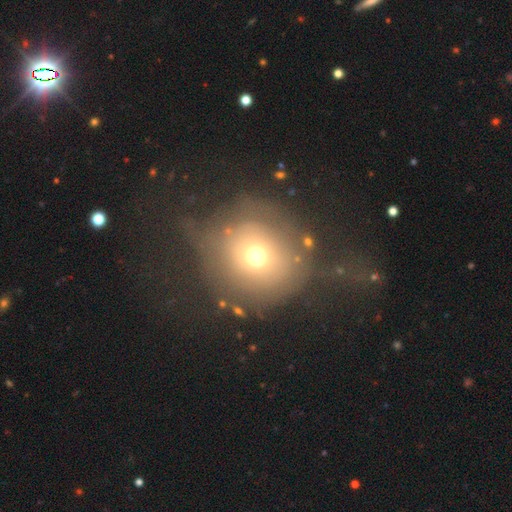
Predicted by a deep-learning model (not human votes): smooth-or-featured: smooth: 59% | featured or disk: 25% | star or artifact: 16%
  how-rounded: round: 89% | in between: 10% | cigar-shaped: 1%
  merging: none: 42% | major disturbance: 37% | minor disturbance: 18% | merger: 4%